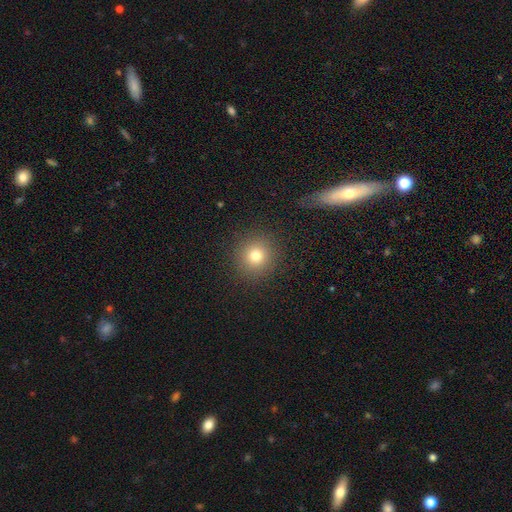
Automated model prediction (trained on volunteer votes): Smooth or featured? Predicted: smooth (p=0.77). How rounded? Predicted: round (p=0.92). Merging? Predicted: none (p=0.90).